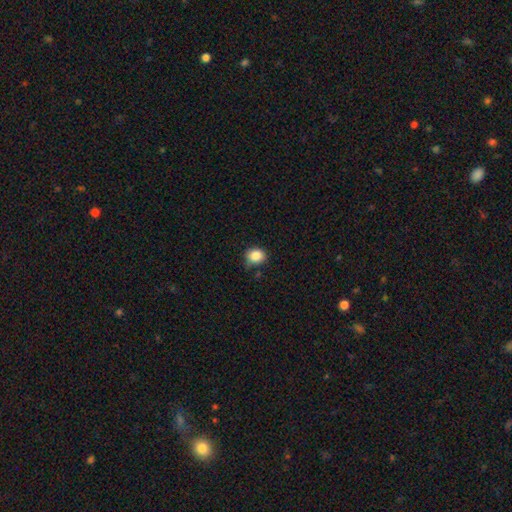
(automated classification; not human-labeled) This is clearly a smooth galaxy (86%). How rounded: likely round (67%). Merging: likely none (72%).